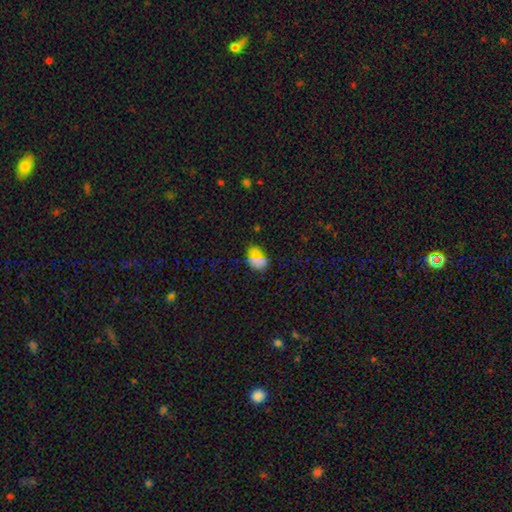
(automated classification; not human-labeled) This appears to be a smooth galaxy with no disk features (66%) that is in between round and cigar-shaped (74%). Merging: none (78%).